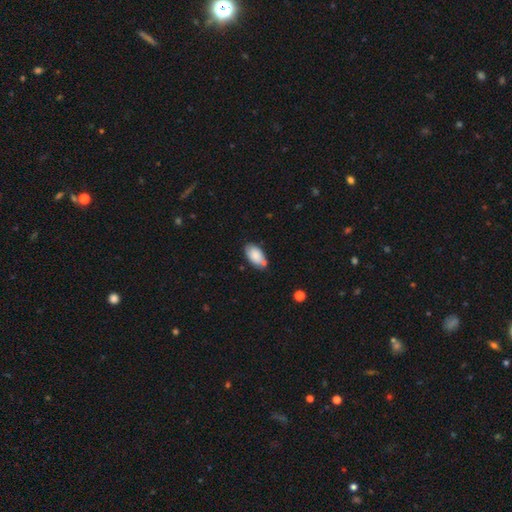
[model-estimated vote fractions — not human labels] Morphology: type=smooth (84%); roundness=in between (94%); merging=none (67%).